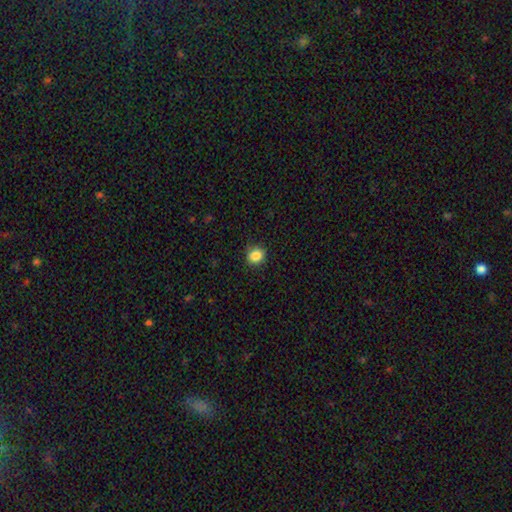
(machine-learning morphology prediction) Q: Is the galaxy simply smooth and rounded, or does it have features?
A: smooth — 86%.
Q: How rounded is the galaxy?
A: round — 81%.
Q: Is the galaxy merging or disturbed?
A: none — 87%.